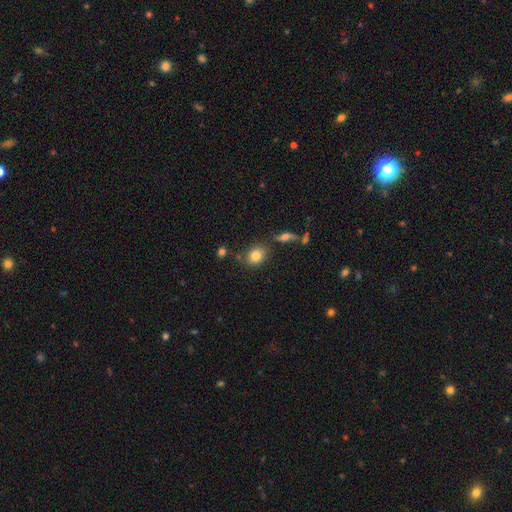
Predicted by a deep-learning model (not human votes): Smooth or featured: smooth — 80% (star or artifact — 10%)
How rounded: round — 53% (in between — 45%)
Merging: none — 74% (minor disturbance — 14%)